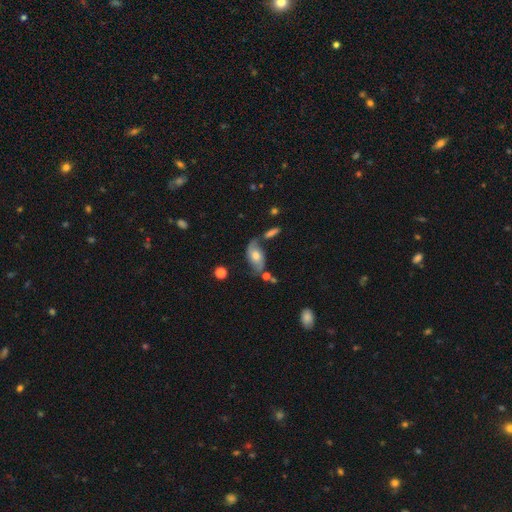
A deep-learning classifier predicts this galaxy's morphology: smooth_or_featured: featured or disk (p=0.53) [alt: smooth p=0.39]
disk_edge_on: no (p=0.90) [alt: yes p=0.10]
merging: none (p=0.57) [alt: minor disturbance p=0.22]